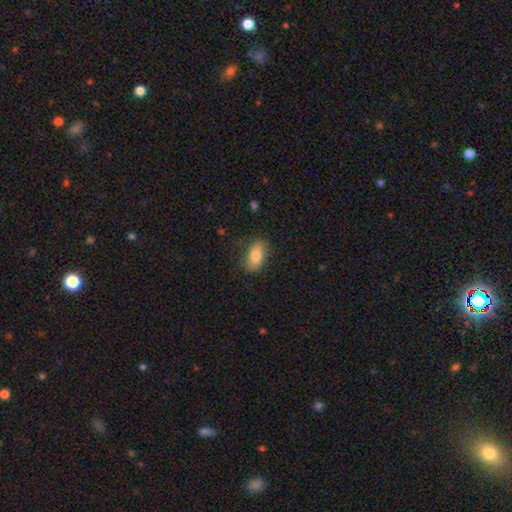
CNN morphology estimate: Overall: smooth (79%). How rounded: in between (89%). Merging: none (81%).